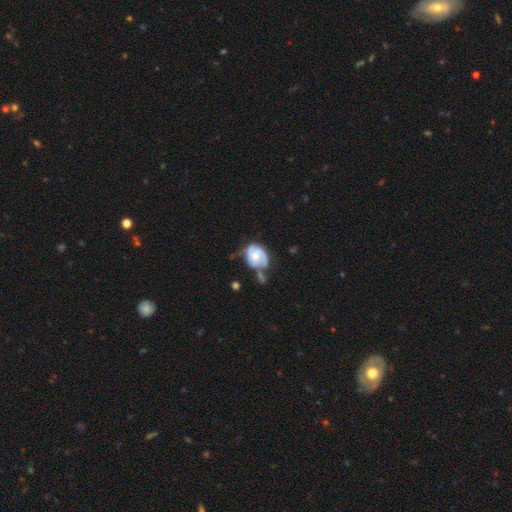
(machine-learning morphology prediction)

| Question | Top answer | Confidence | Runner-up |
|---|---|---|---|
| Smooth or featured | featured or disk | 66% | smooth (28%) |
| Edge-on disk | no | 97% | yes (3%) |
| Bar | no | 77% | weak (19%) |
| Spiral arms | yes | 78% | no (22%) |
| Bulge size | moderate | 64% | small (30%) |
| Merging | none | 33% | minor disturbance (28%) |